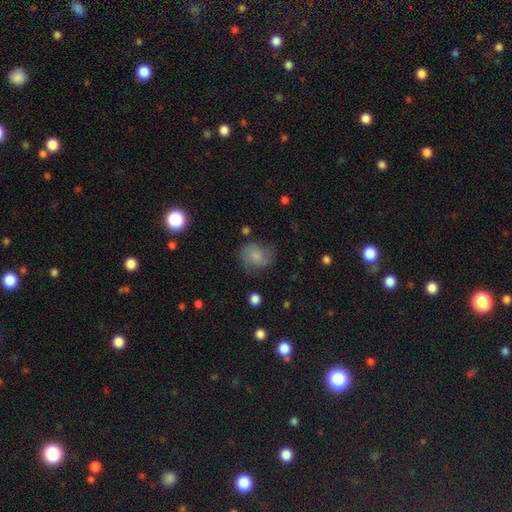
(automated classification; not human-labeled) This is possibly a smooth galaxy (58%). How rounded: likely round (60%). Merging: possibly none (58%).